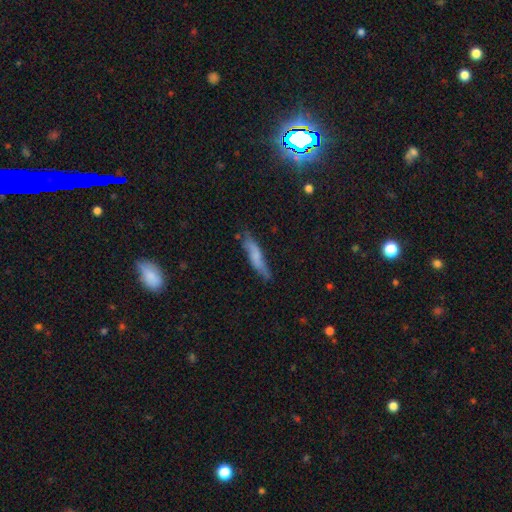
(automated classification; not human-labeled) A smooth galaxy with no disk features (61%) that is cigar-shaped (82%).

Vote fractions:
- Smooth or featured? smooth: 61% / featured or disk: 31% / star or artifact: 8%
- How rounded? cigar-shaped: 82% / in between: 16% / round: 2%
- Merging? none: 70% / minor disturbance: 22% / major disturbance: 5% / merger: 3%